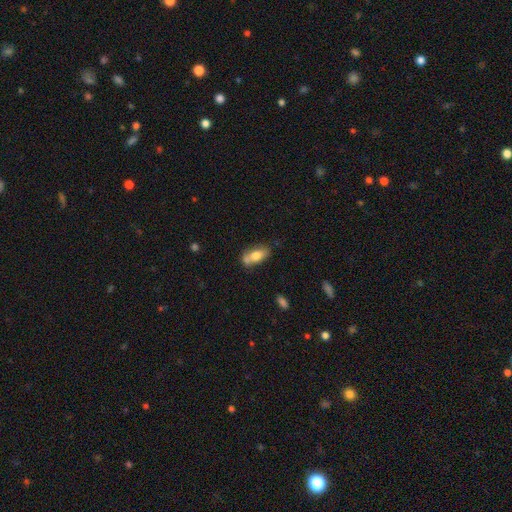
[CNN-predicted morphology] The model was most divided on "merging": none: 48%, merger: 28%, minor disturbance: 19%, major disturbance: 5%. More confident: how rounded — in between (86%); smooth or featured — smooth (70%).